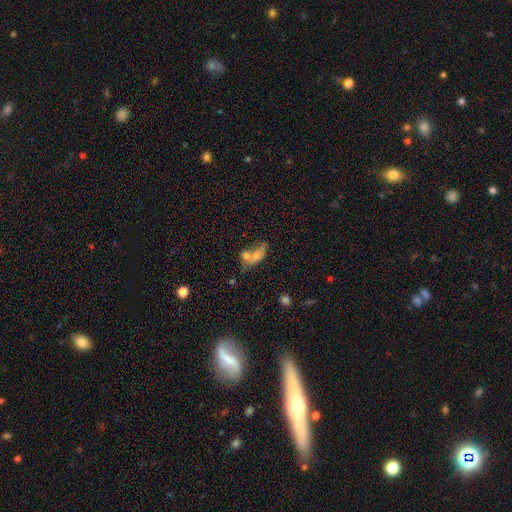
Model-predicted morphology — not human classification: A smooth galaxy with no disk features (51%) that is in between round and cigar-shaped (69%). Merging: merger (44%).